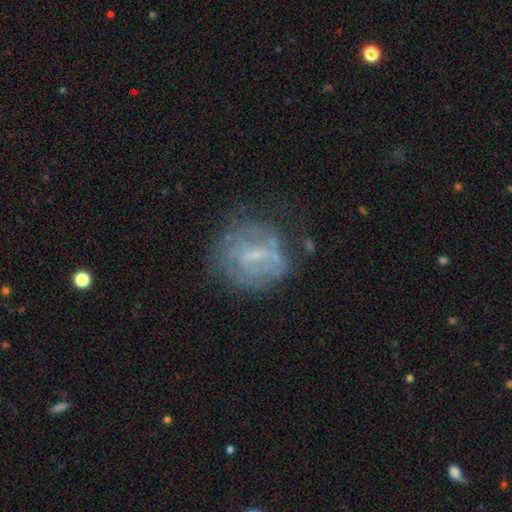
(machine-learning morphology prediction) A featured or disk galaxy (61%) with a weak bar (49%), no spiral arms (59%) and a small central bulge (44%). Merging: none (57%).